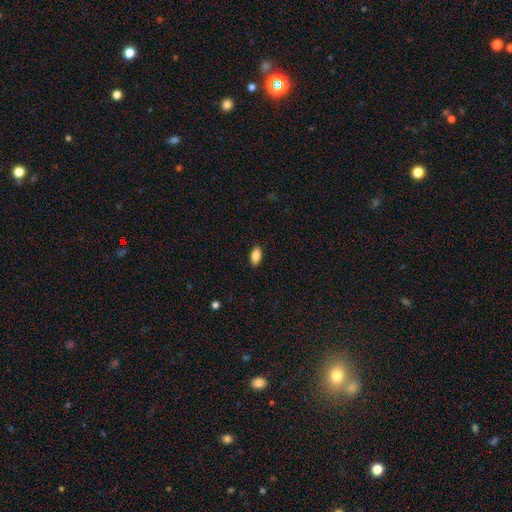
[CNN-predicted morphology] Smooth or featured? smooth (86%)
How rounded? in between (91%)
Merging? none (89%)